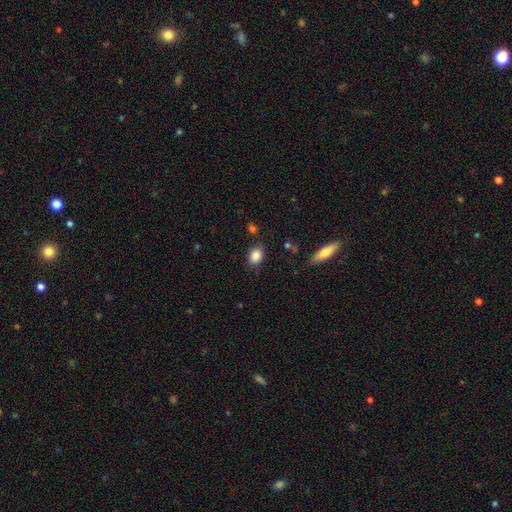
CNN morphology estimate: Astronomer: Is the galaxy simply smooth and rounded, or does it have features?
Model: smooth — 87%.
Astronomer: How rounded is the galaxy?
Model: in between — 69%.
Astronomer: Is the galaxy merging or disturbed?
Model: none — 78%.